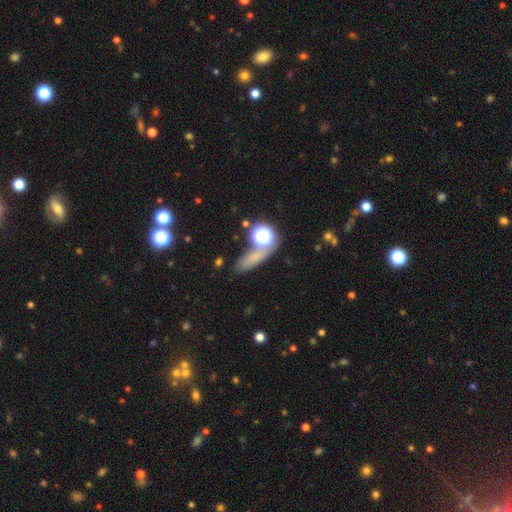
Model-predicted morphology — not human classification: smooth-or-featured: smooth: 57% | star or artifact: 29% | featured or disk: 13%
  how-rounded: cigar-shaped: 38% | in between: 36% | round: 26%
  merging: none: 63% | merger: 15% | minor disturbance: 14% | major disturbance: 8%